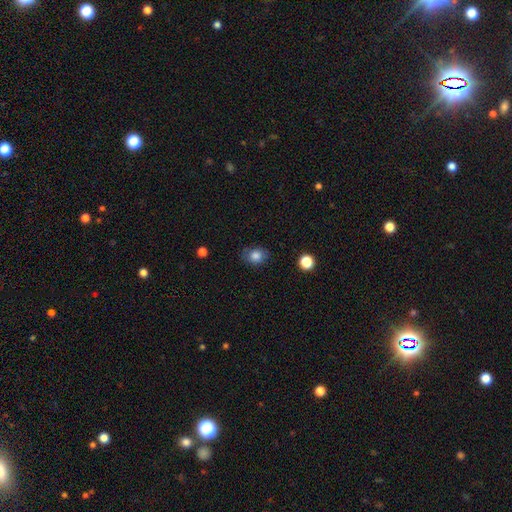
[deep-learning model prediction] smooth-or-featured: smooth: 84% | star or artifact: 10% | featured or disk: 6%
  how-rounded: round: 51% | in between: 48% | cigar-shaped: 1%
  merging: none: 77% | minor disturbance: 17% | major disturbance: 4% | merger: 2%